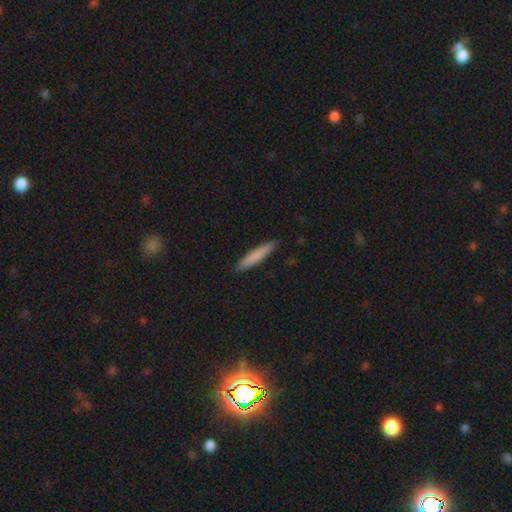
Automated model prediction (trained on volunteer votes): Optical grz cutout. It shows a smooth galaxy with no disk features (80%) that is cigar-shaped (93%). Merging: none (91%).